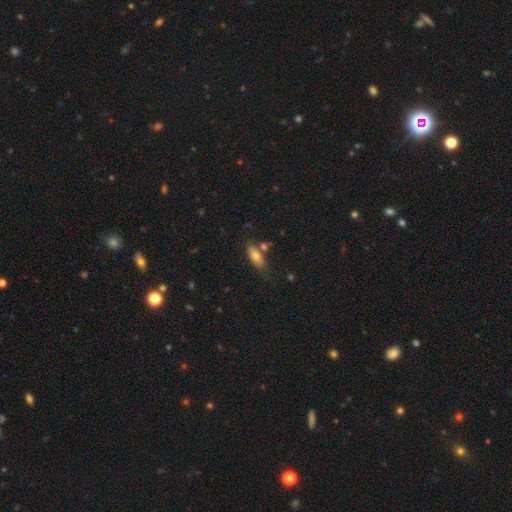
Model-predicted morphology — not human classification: Smooth or featured? Predicted: smooth (p=0.72). How rounded? Predicted: in between (p=0.81). Merging? Predicted: none (p=0.63).